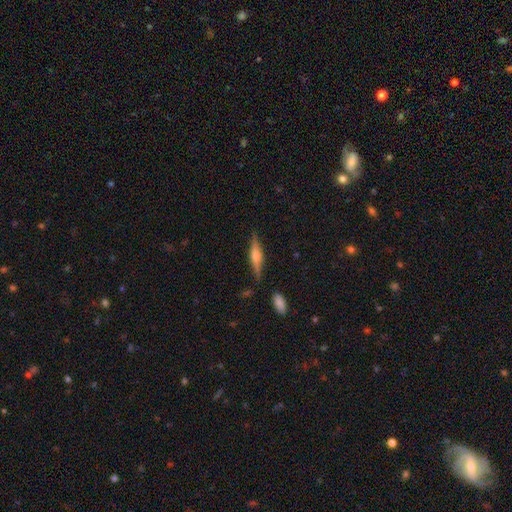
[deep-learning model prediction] This appears to be a featured or disk galaxy (59%) viewed edge-on (96%) with a rounded central bulge (78%). Merging: none (84%).